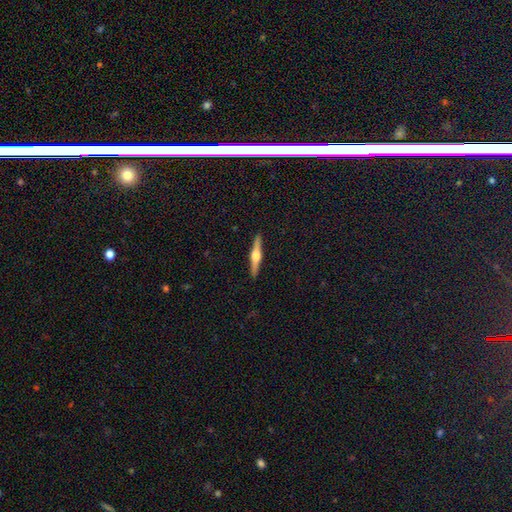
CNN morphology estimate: The model was most divided on "smooth or featured": featured or disk: 74%, smooth: 21%, star or artifact: 5%. More confident: edge-on disk — yes (98%); edge-on bulge — rounded (94%); merging — none (92%).